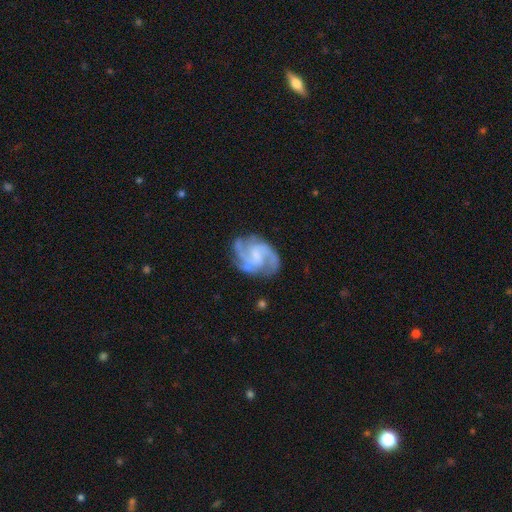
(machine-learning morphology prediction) This appears to be a featured or disk galaxy (86%) with a weak bar (47%), 2 (39%) medium (54%) spiral arms (96%) and a small central bulge (41%). Merging: none (69%).